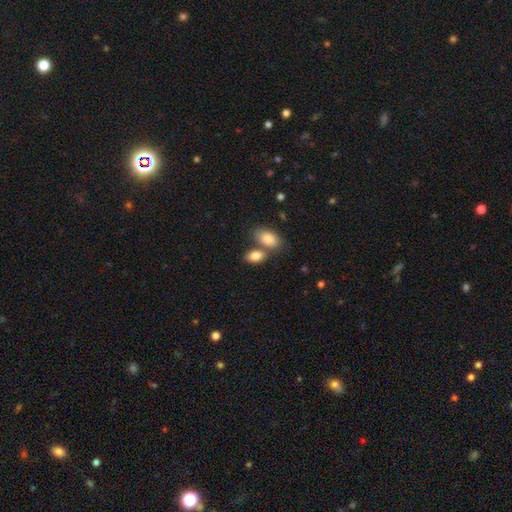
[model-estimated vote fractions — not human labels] This appears to be a smooth galaxy with no disk features (85%) that is in between round and cigar-shaped (91%). Merging: none (49%).